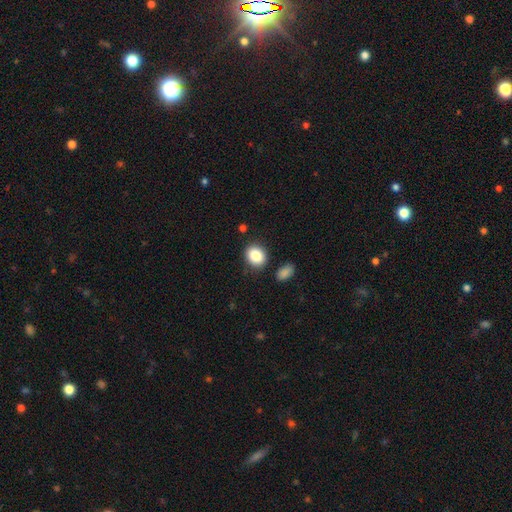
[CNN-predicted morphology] Q: Smooth or featured?
A: smooth (85%); runner-up: star or artifact (8%)
Q: How rounded?
A: round (56%); runner-up: in between (43%)
Q: Merging?
A: none (84%); runner-up: minor disturbance (9%)